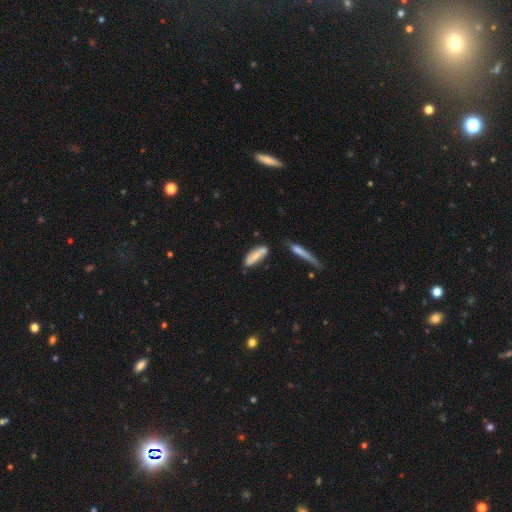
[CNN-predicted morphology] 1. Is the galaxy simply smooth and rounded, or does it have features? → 65% smooth, 28% featured or disk, 7% star or artifact.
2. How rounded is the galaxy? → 55% cigar-shaped, 43% in between, 2% round.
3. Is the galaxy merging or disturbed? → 67% none, 19% minor disturbance, 9% merger, 5% major disturbance.